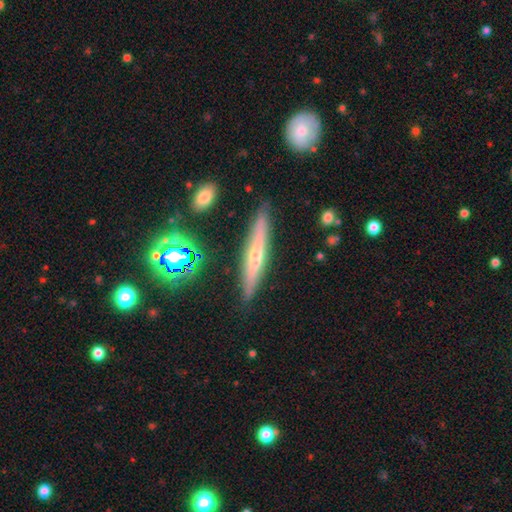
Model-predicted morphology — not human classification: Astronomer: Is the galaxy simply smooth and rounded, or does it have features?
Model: featured or disk — 59%.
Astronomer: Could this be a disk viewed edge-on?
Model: yes — 93%.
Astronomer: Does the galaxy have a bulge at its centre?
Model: rounded — 64%.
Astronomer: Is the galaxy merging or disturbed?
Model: none — 87%.